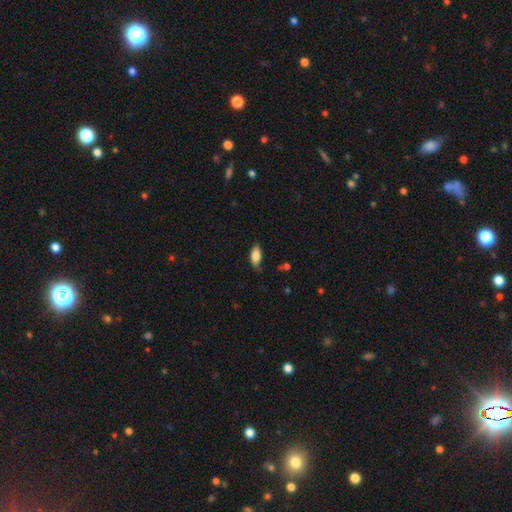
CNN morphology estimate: smooth-or-featured: smooth: 82% | featured or disk: 12% | star or artifact: 7%
  how-rounded: in between: 86% | cigar-shaped: 12% | round: 2%
  merging: none: 72% | minor disturbance: 22% | major disturbance: 4% | merger: 2%